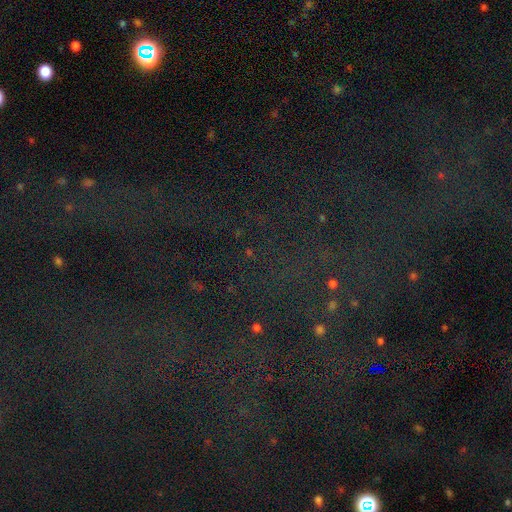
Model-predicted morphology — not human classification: This is likely a star or artifact rather than a galaxy (78%).